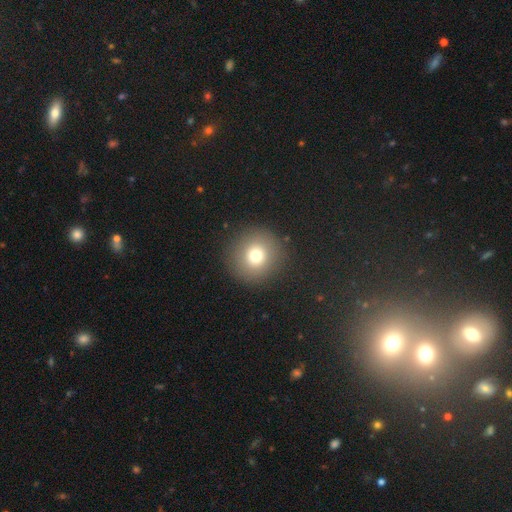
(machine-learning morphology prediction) Smooth or featured? Predicted: smooth (p=0.74). How rounded? Predicted: round (p=0.94). Merging? Predicted: none (p=0.89).